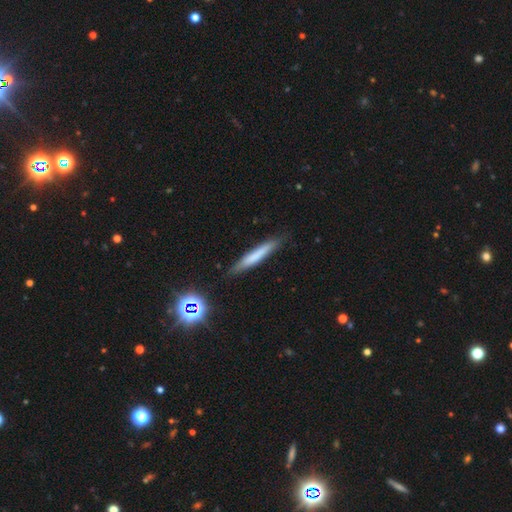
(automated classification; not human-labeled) smooth-or-featured: smooth: 67% | featured or disk: 24% | star or artifact: 9%
  how-rounded: cigar-shaped: 93% | in between: 6% | round: 1%
  merging: none: 83% | minor disturbance: 12% | major disturbance: 3% | merger: 2%